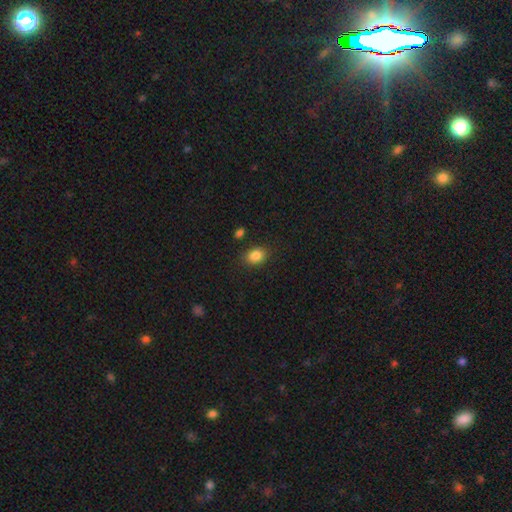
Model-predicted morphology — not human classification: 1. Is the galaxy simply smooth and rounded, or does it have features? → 85% smooth, 10% star or artifact, 5% featured or disk.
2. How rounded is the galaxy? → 64% in between, 35% round, 1% cigar-shaped.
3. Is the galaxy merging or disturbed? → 84% none, 10% minor disturbance, 3% merger, 3% major disturbance.